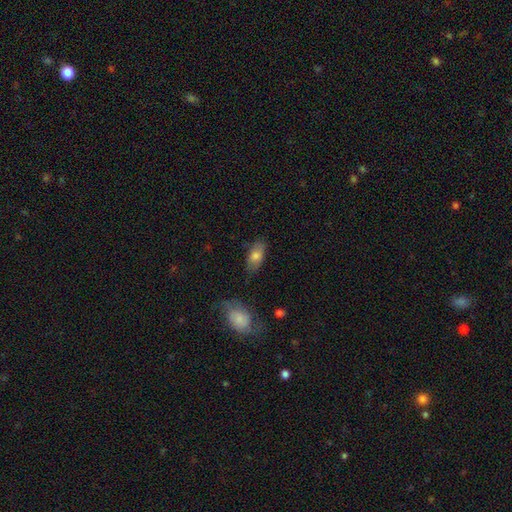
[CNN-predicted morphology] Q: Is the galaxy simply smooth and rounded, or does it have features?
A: smooth — 76%.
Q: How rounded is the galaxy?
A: in between — 89%.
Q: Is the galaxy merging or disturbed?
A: none — 76%.